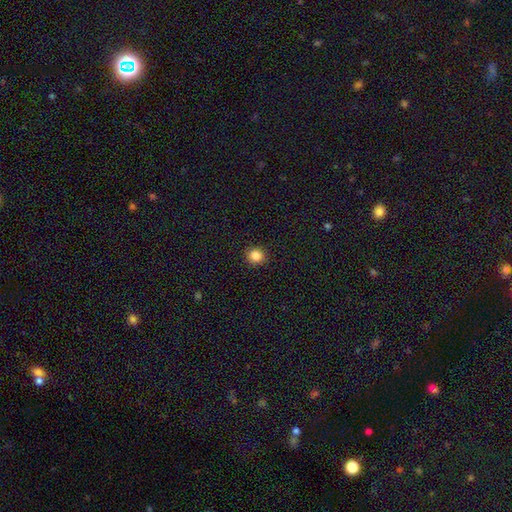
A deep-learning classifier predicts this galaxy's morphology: Q: Smooth or featured?
A: smooth (85%); runner-up: star or artifact (11%)
Q: How rounded?
A: round (89%); runner-up: in between (10%)
Q: Merging?
A: none (92%); runner-up: minor disturbance (5%)